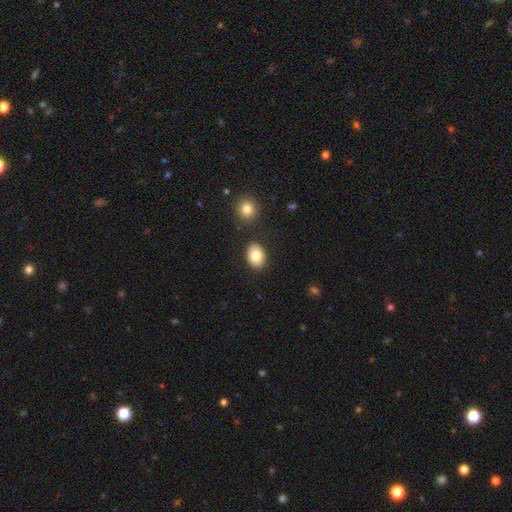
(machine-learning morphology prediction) Smooth or featured? Predicted: smooth (p=0.84). How rounded? Predicted: in between (p=0.73). Merging? Predicted: none (p=0.85).